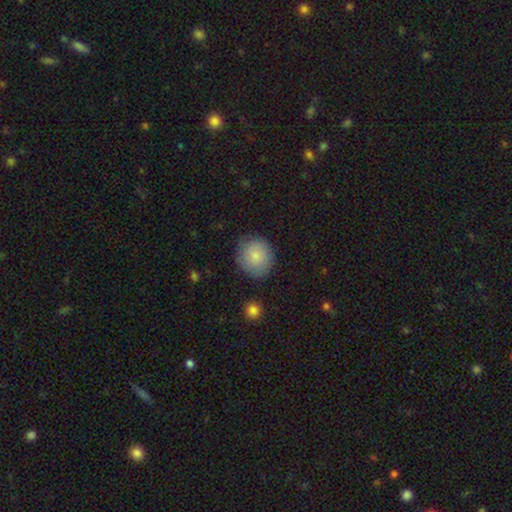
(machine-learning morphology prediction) The model was most divided on "merging": none: 80%, minor disturbance: 14%, major disturbance: 4%, merger: 2%. More confident: smooth or featured — smooth (84%); how rounded — round (83%).